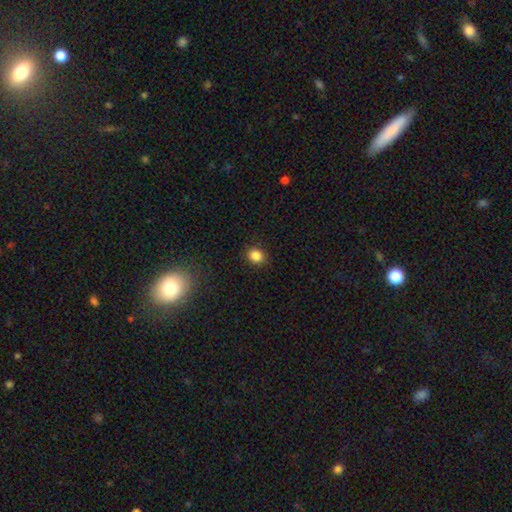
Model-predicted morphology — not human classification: Q: Smooth or featured?
A: smooth (85%); runner-up: star or artifact (11%)
Q: How rounded?
A: round (71%); runner-up: in between (28%)
Q: Merging?
A: none (89%); runner-up: minor disturbance (8%)